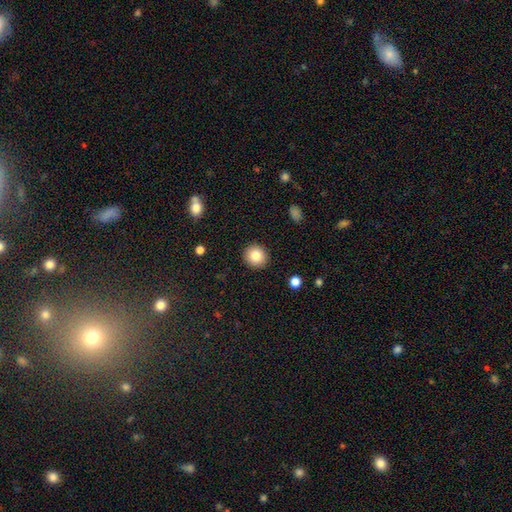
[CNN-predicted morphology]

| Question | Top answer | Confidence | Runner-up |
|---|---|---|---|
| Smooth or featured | smooth | 82% | star or artifact (9%) |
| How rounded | round | 90% | in between (9%) |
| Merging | none | 91% | minor disturbance (6%) |